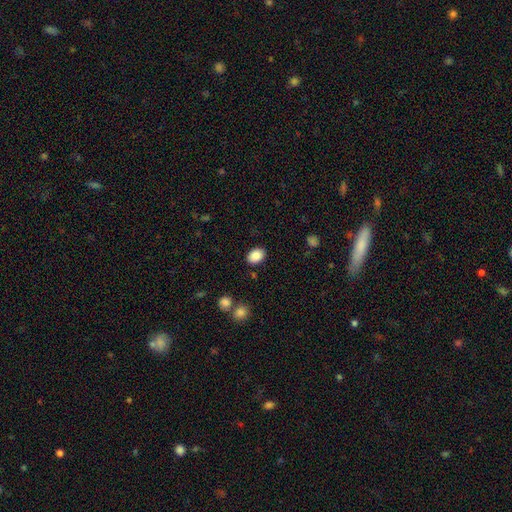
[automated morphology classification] This is clearly a smooth galaxy (88%). How rounded: likely in between (74%). Merging: clearly none (86%).